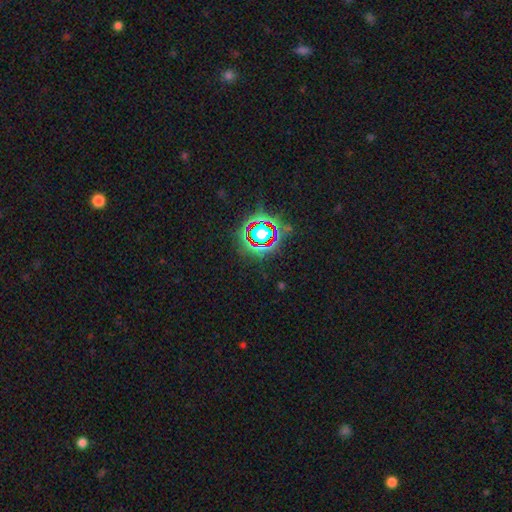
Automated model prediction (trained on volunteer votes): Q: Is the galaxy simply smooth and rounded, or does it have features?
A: star or artifact — 78%.